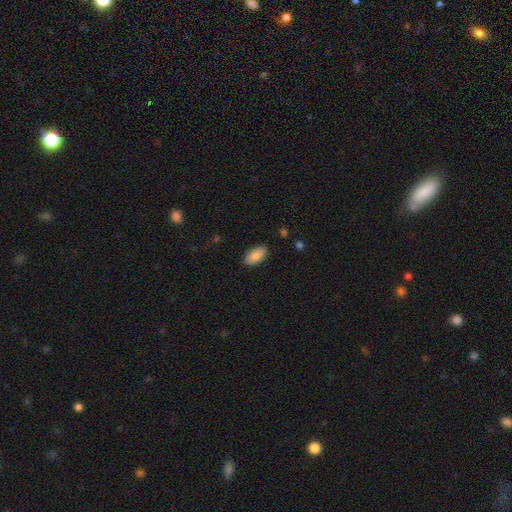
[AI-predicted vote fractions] Q: Smooth or featured?
A: smooth (89%); runner-up: star or artifact (6%)
Q: How rounded?
A: in between (94%); runner-up: cigar-shaped (4%)
Q: Merging?
A: none (87%); runner-up: minor disturbance (9%)